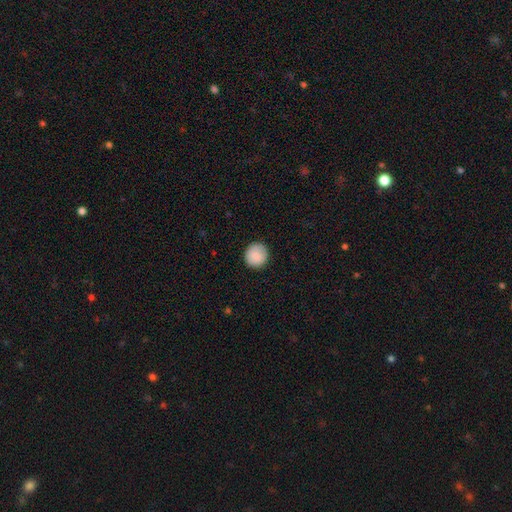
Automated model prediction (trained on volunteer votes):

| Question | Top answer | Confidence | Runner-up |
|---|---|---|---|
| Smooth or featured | smooth | 87% | star or artifact (7%) |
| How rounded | round | 94% | in between (5%) |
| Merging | none | 90% | minor disturbance (7%) |